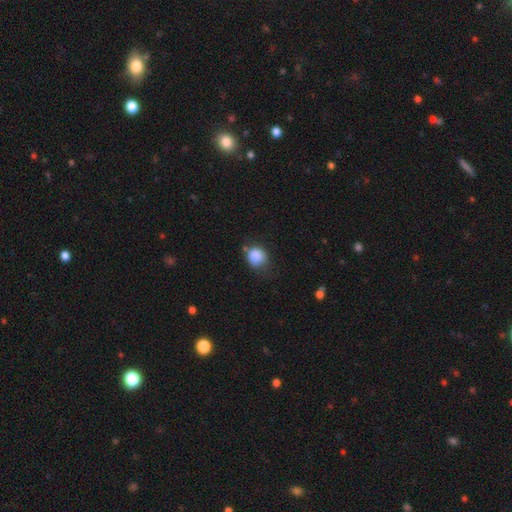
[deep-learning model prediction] The model was most divided on "merging": none: 51%, minor disturbance: 33%, major disturbance: 11%, merger: 6%. More confident: smooth or featured — smooth (85%); how rounded — round (74%).